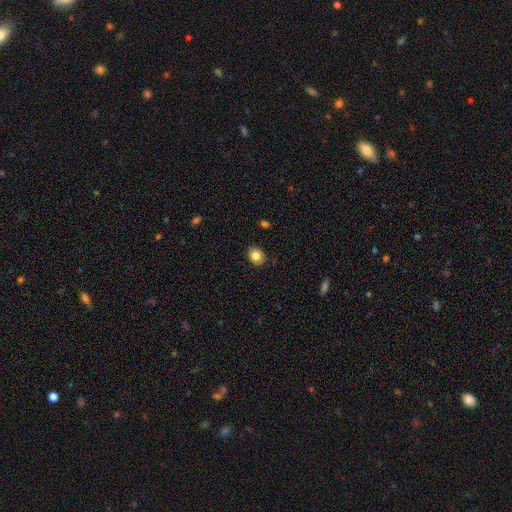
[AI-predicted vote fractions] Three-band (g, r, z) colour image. It shows a smooth galaxy with no disk features (83%) that is round (61%). Merging: none (87%).